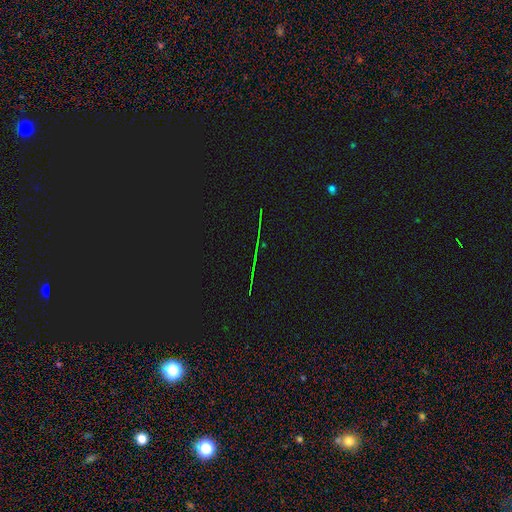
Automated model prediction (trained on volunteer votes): A star or artifact, not a galaxy (82%).